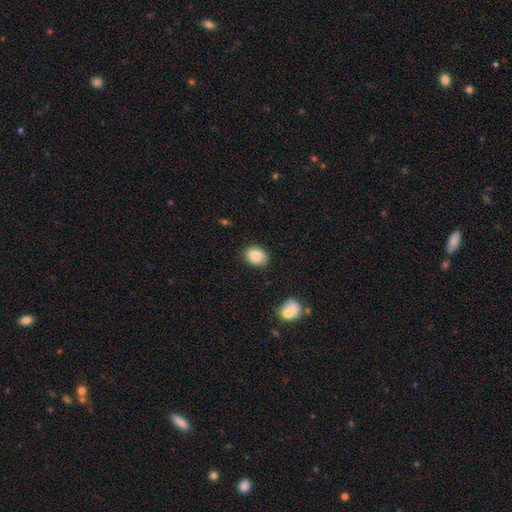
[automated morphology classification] Smooth or featured: smooth — 87% (star or artifact — 8%)
How rounded: in between — 64% (round — 35%)
Merging: none — 79% (minor disturbance — 16%)